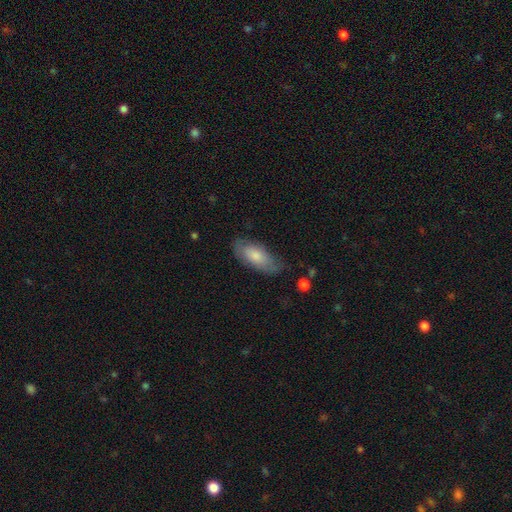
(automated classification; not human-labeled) Smooth or featured: smooth — 73% (featured or disk — 21%)
How rounded: in between — 83% (cigar-shaped — 15%)
Merging: none — 65% (minor disturbance — 26%)